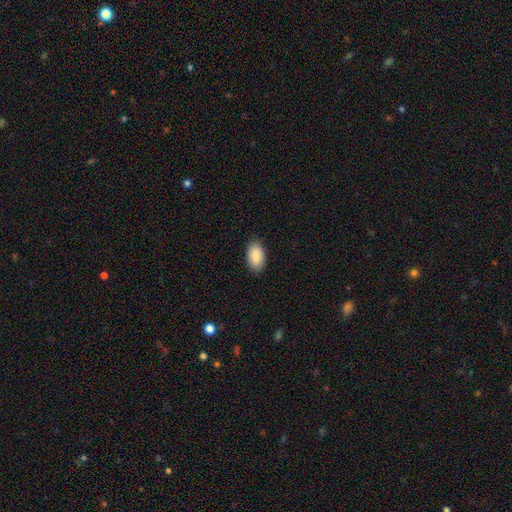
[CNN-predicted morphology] Overall: smooth (90%). How rounded: in between (95%). Merging: none (88%).